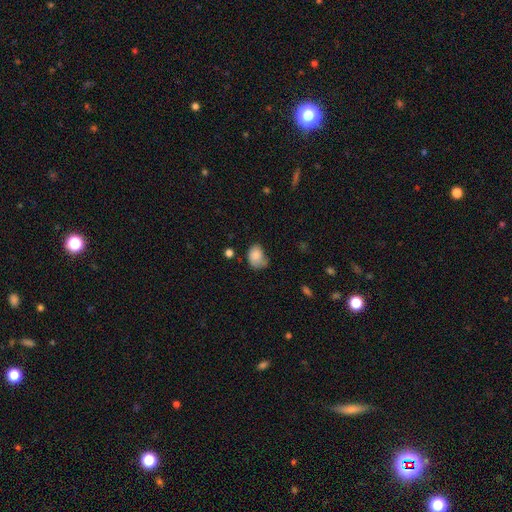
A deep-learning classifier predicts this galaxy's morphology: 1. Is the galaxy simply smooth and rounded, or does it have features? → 82% smooth, 9% featured or disk, 8% star or artifact.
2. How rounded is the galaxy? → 65% in between, 34% round, 1% cigar-shaped.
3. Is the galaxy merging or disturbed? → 44% none, 37% minor disturbance, 15% major disturbance, 5% merger.